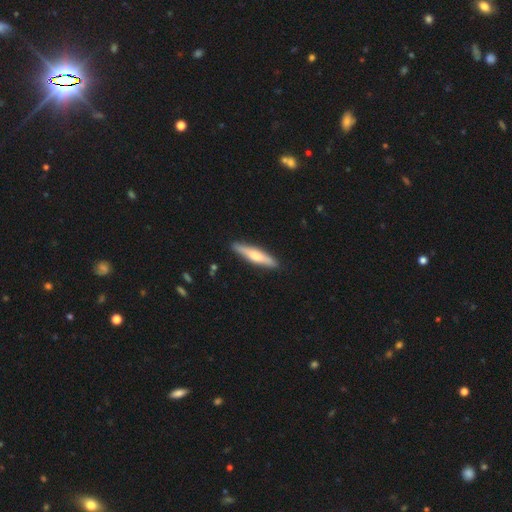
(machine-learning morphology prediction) smooth-or-featured: smooth: 54% | featured or disk: 41% | star or artifact: 5%
  how-rounded: cigar-shaped: 86% | in between: 12% | round: 1%
  merging: none: 89% | minor disturbance: 8% | major disturbance: 2% | merger: 1%